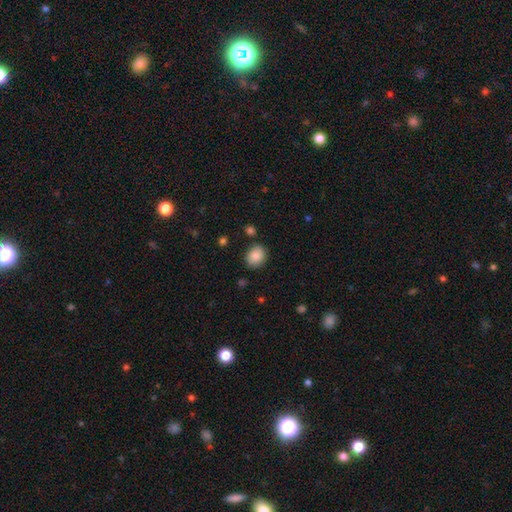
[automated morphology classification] smooth-or-featured: smooth: 85% | star or artifact: 8% | featured or disk: 6%
  how-rounded: round: 59% | in between: 40% | cigar-shaped: 1%
  merging: none: 84% | minor disturbance: 11% | merger: 3% | major disturbance: 3%